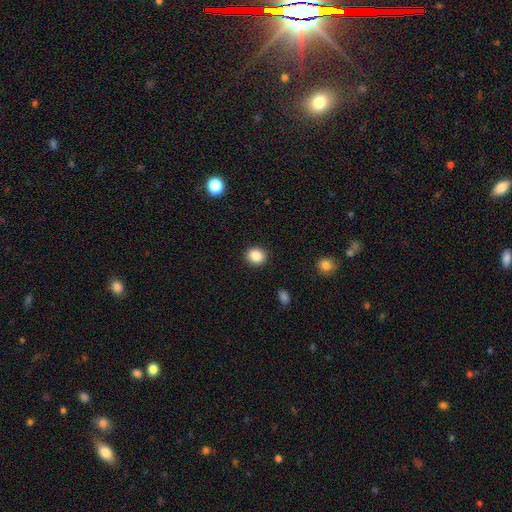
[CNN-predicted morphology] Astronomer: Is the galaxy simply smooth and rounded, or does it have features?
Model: smooth — 87%.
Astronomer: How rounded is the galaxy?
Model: round — 78%.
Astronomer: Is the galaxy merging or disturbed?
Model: none — 91%.